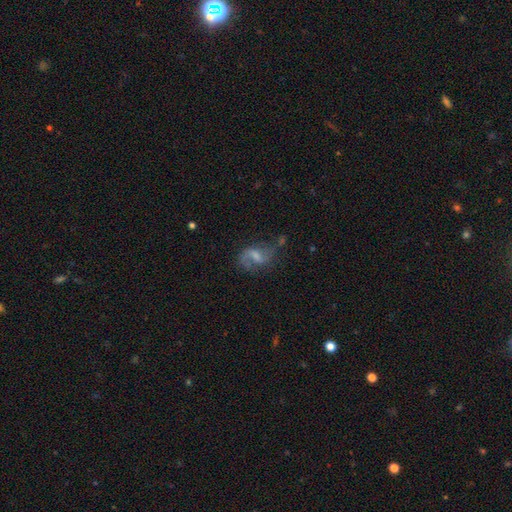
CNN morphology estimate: Overall: featured or disk (75%). Edge-on disk: no (97%). Bar: weak (55%; no 29%). Spiral arms: yes (91%). Spiral arm count: 2 (79%). Spiral winding: loose (59%; medium 33%). Bulge size: small (36%; moderate 34%). Merging: none (55%; minor disturbance 22%).